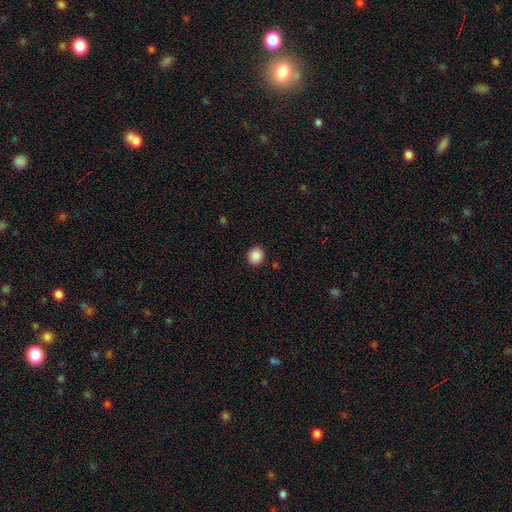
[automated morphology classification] This is clearly a smooth galaxy (89%). How rounded: clearly round (85%). Merging: clearly none (91%).